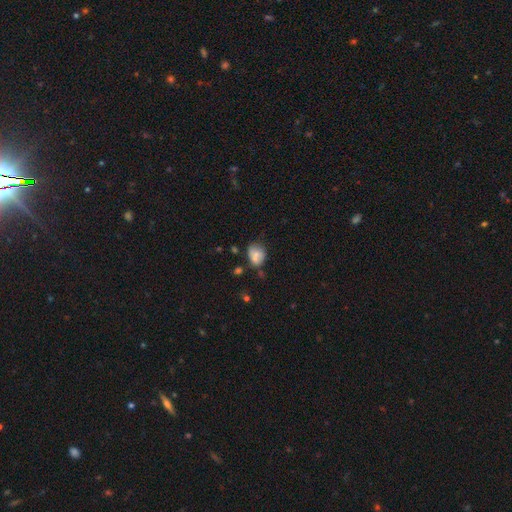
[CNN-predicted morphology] smooth 74%, featured or disk 16%, star or artifact 10%. Down the decision tree: how rounded — in between (52%); merging — none (48%).